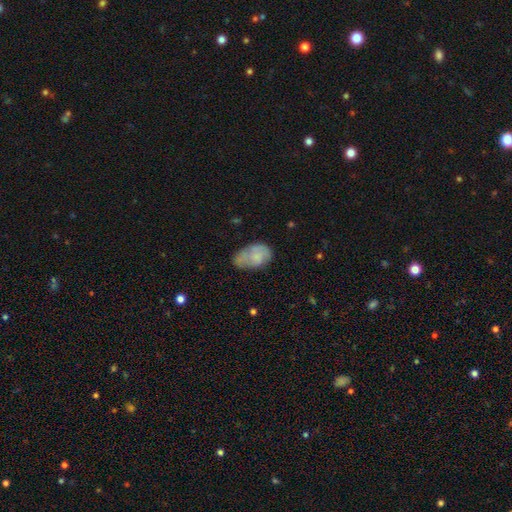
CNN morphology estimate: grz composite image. It shows a smooth galaxy with no disk features (68%) that is in between round and cigar-shaped (89%). Merging: none (40%).